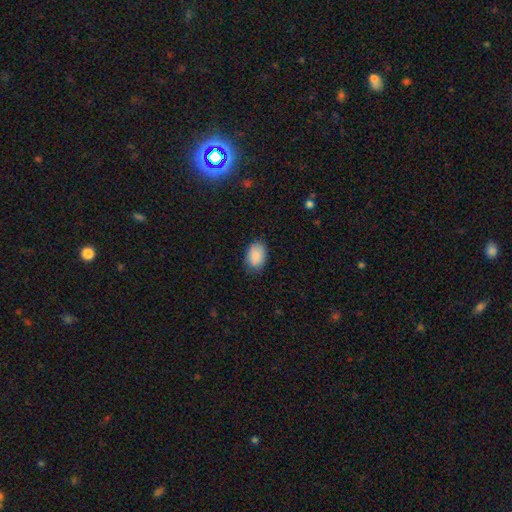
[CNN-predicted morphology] Q: Smooth or featured?
A: smooth (87%); runner-up: star or artifact (7%)
Q: How rounded?
A: in between (86%); runner-up: round (13%)
Q: Merging?
A: none (76%); runner-up: minor disturbance (19%)